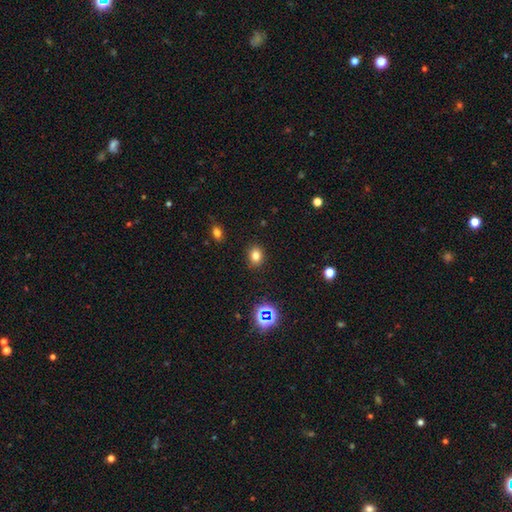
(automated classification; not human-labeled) Smooth or featured? Predicted: smooth (p=0.78). How rounded? Predicted: round (p=0.51). Merging? Predicted: none (p=0.87).